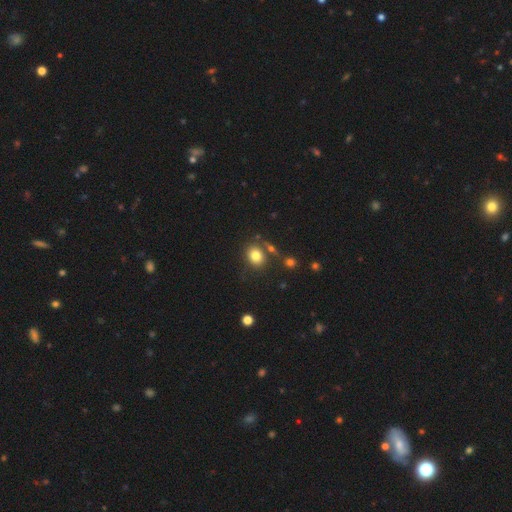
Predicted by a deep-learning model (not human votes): This appears to be a smooth galaxy with no disk features (79%) that is round (58%). Merging: none (71%).